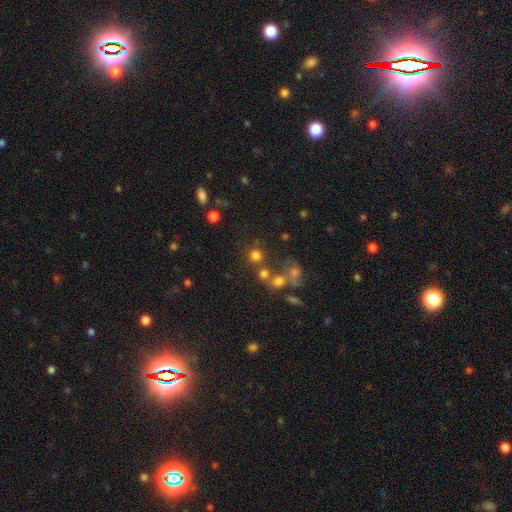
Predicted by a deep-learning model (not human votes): smooth 74%, star or artifact 17%, featured or disk 8%. Down the decision tree: how rounded — round (90%); merging — none (67%).